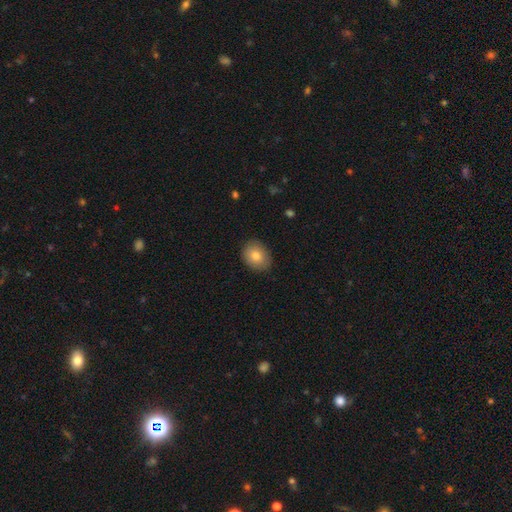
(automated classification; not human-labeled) Smooth or featured? smooth (81%)
How rounded? in between (51%)
Merging? none (87%)